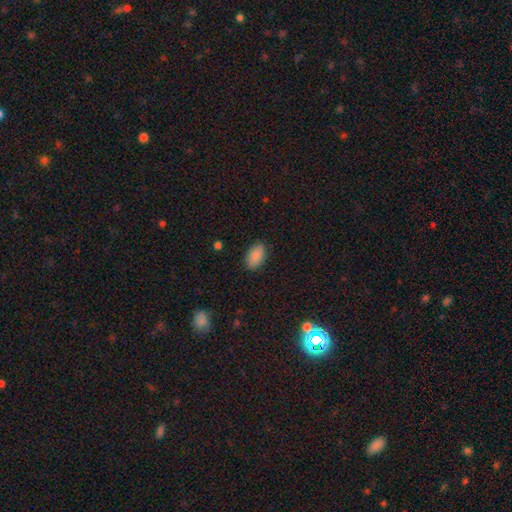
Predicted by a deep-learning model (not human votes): This is clearly a smooth galaxy (88%). How rounded: clearly in between (93%). Merging: clearly none (85%).